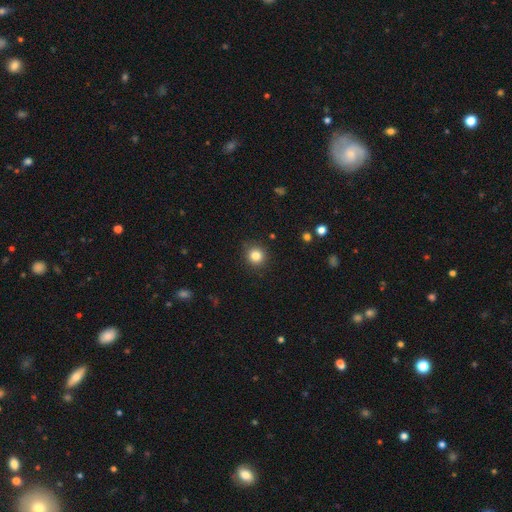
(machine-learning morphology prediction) smooth 83%, star or artifact 12%, featured or disk 6%. Down the decision tree: how rounded — round (92%); merging — none (90%).